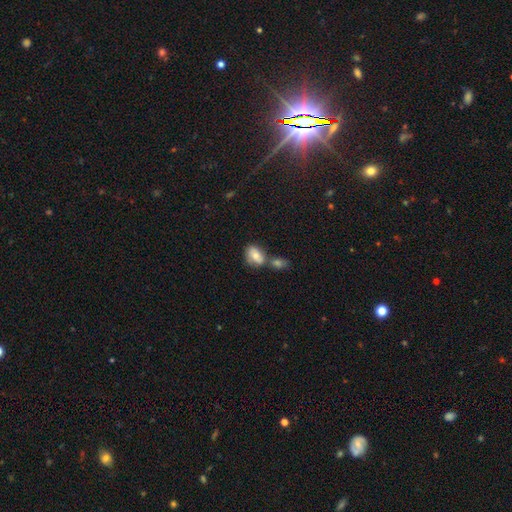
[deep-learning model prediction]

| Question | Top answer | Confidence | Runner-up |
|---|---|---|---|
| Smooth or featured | smooth | 72% | featured or disk (19%) |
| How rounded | in between | 79% | round (19%) |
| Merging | merger | 47% | none (34%) |